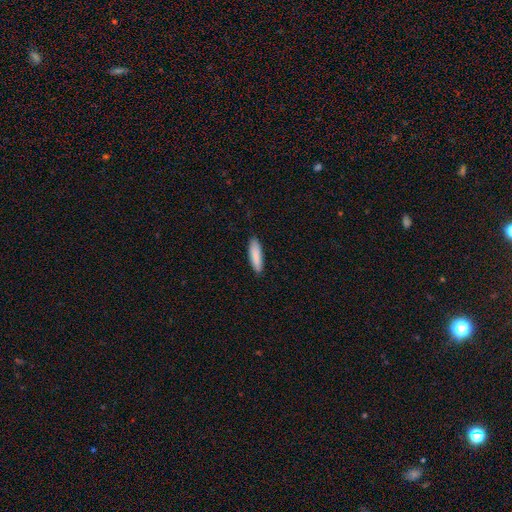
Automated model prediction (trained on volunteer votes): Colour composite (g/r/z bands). It shows a smooth galaxy with no disk features (88%) that is cigar-shaped (67%). Merging: none (87%).